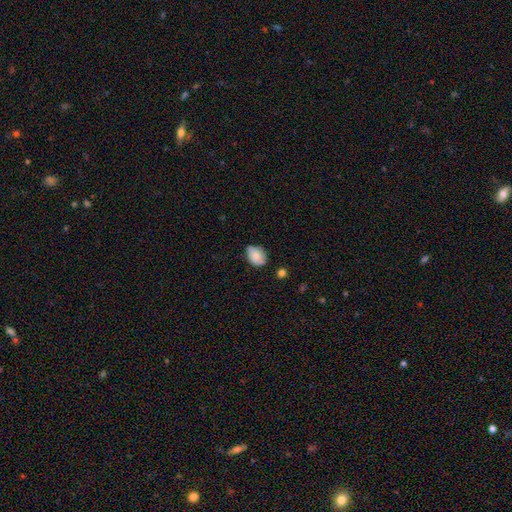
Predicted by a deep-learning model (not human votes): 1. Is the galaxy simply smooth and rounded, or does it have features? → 82% smooth, 10% featured or disk, 8% star or artifact.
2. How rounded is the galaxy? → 71% in between, 27% round, 1% cigar-shaped.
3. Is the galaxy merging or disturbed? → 65% none, 28% minor disturbance, 4% major disturbance, 2% merger.